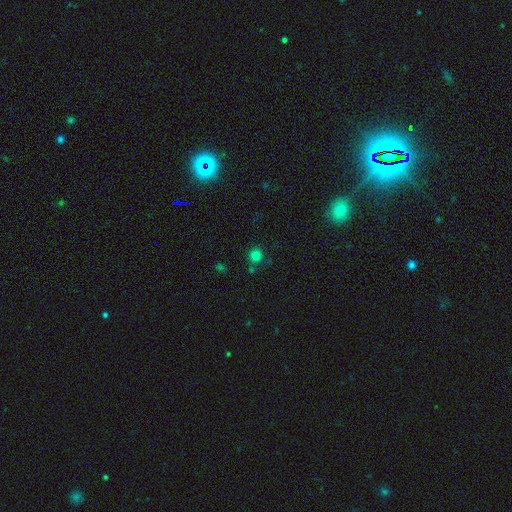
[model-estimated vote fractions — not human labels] The model was most divided on "smooth or featured": smooth: 77%, star or artifact: 18%, featured or disk: 5%. More confident: how rounded — round (93%); merging — none (79%).